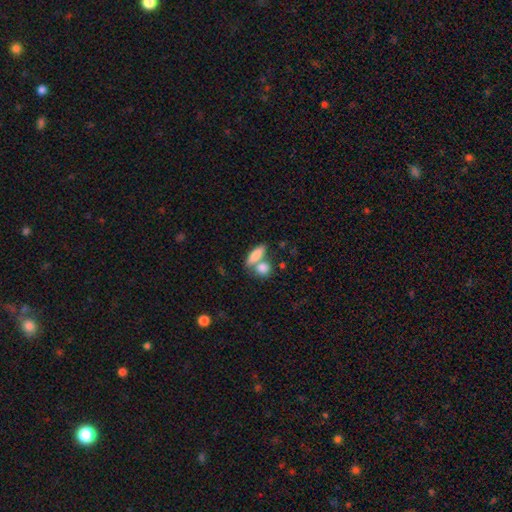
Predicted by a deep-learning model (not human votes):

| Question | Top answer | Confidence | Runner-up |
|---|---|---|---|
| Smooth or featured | smooth | 80% | featured or disk (13%) |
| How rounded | in between | 61% | cigar-shaped (30%) |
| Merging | none | 44% | merger (42%) |